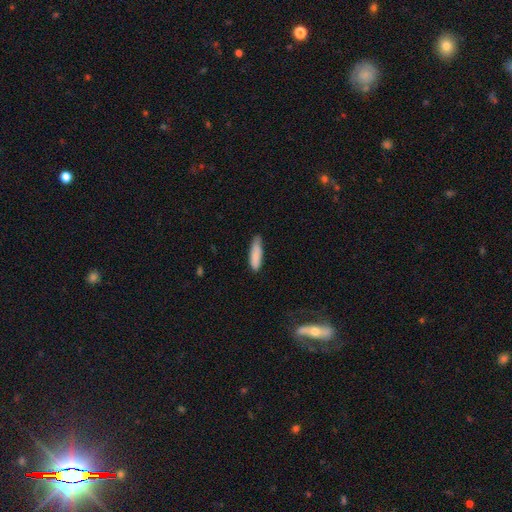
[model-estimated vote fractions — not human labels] This is clearly a smooth galaxy (86%). How rounded: likely cigar-shaped (64%). Merging: likely none (69%).